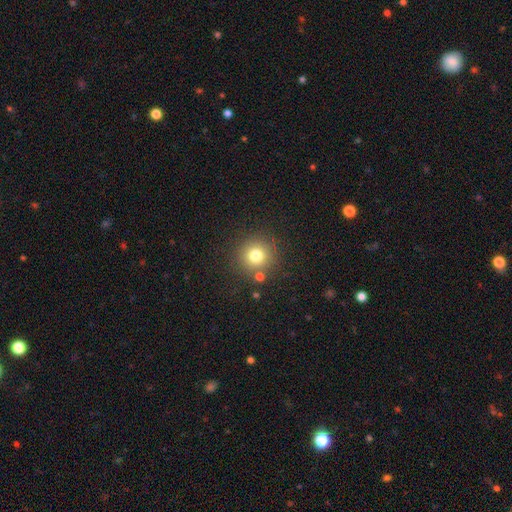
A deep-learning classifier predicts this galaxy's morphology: Smooth or featured: smooth — 77% (star or artifact — 15%)
How rounded: round — 94% (in between — 5%)
Merging: none — 83% (minor disturbance — 8%)